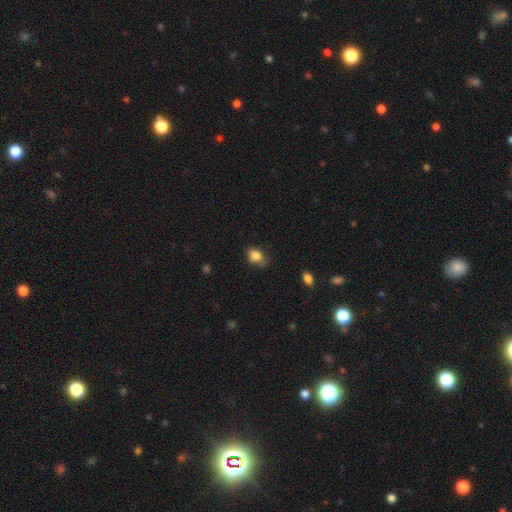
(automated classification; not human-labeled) Smooth or featured: smooth — 83% (star or artifact — 9%)
How rounded: in between — 64% (round — 35%)
Merging: none — 58% (minor disturbance — 32%)